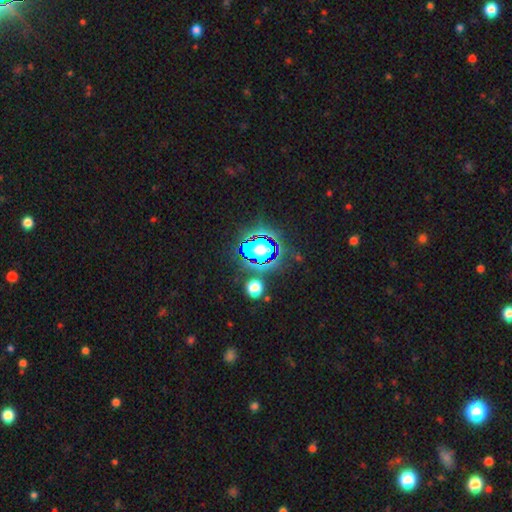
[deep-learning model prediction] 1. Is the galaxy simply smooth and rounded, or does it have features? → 72% star or artifact, 18% smooth, 10% featured or disk.